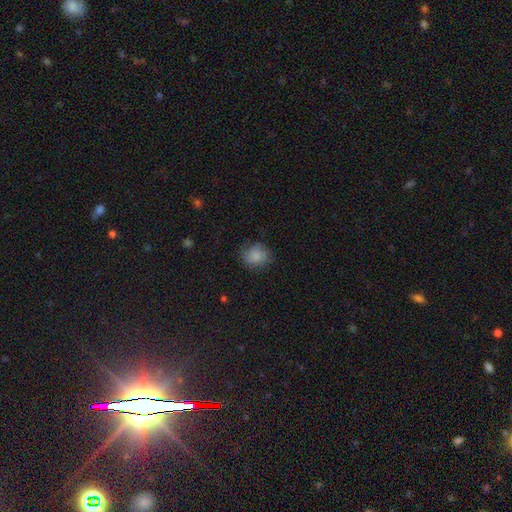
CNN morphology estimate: Smooth or featured: smooth — 80% (featured or disk — 12%)
How rounded: round — 75% (in between — 24%)
Merging: none — 73% (minor disturbance — 20%)